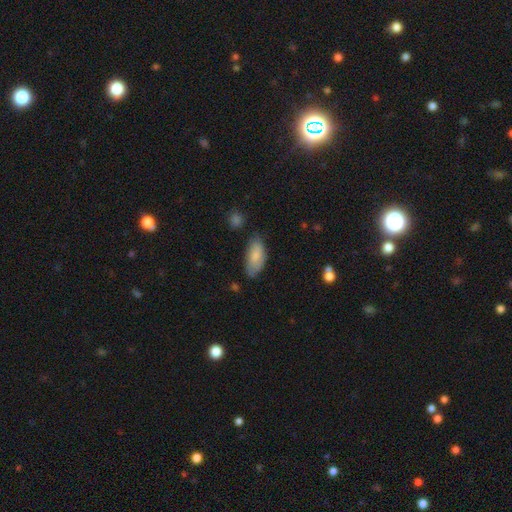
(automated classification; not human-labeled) The model was most divided on "merging": none: 67%, minor disturbance: 25%, major disturbance: 5%, merger: 2%. More confident: how rounded — in between (89%); smooth or featured — smooth (80%).